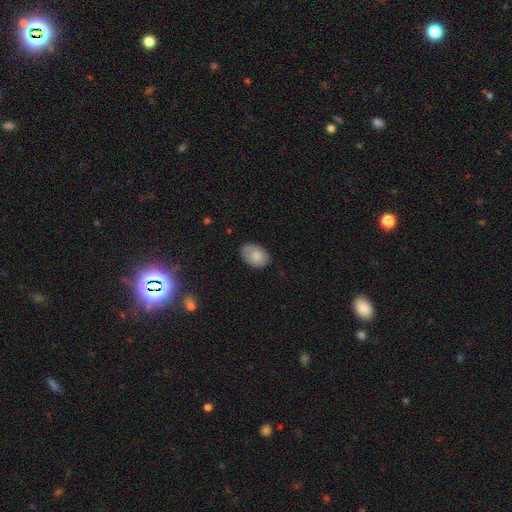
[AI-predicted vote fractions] Smooth or featured? Predicted: smooth (p=0.82). How rounded? Predicted: in between (p=0.78). Merging? Predicted: none (p=0.77).